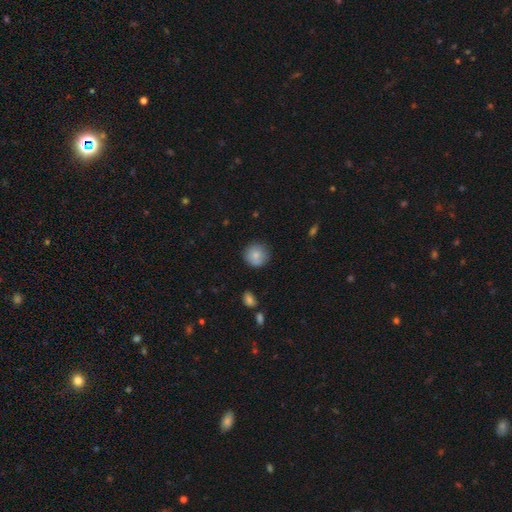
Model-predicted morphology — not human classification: This is likely a smooth galaxy (79%). How rounded: clearly round (93%). Merging: clearly none (83%).